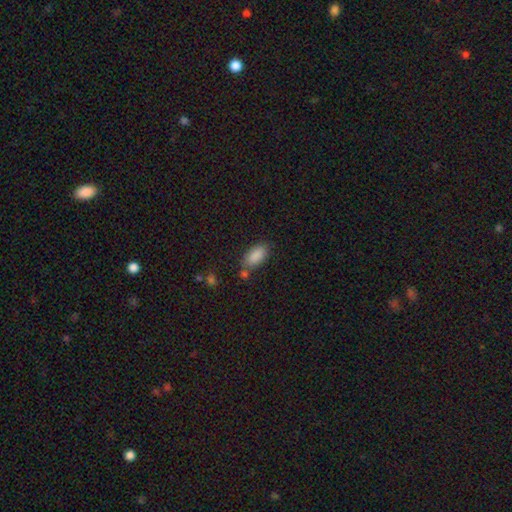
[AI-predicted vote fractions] This appears to be a smooth galaxy with no disk features (87%) that is in between round and cigar-shaped (91%). Merging: none (69%).